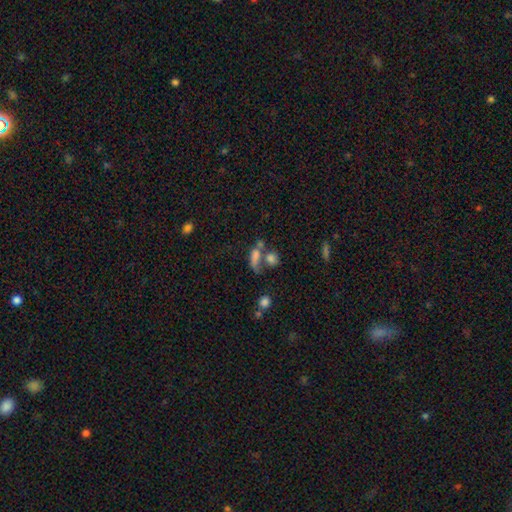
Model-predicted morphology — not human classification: This appears to be a smooth galaxy with no disk features (65%) that is in between round and cigar-shaped (58%). Merging: merger (42%).